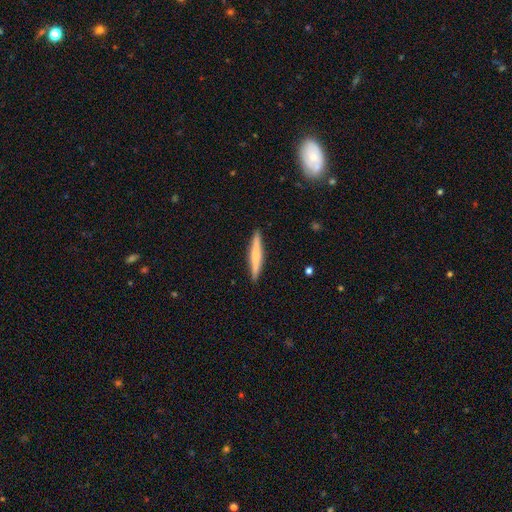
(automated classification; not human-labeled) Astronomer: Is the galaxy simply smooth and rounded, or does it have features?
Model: smooth — 54% (runner-up: featured or disk, 40%).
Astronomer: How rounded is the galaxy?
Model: cigar-shaped — 94%.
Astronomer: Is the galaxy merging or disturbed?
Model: none — 91%.